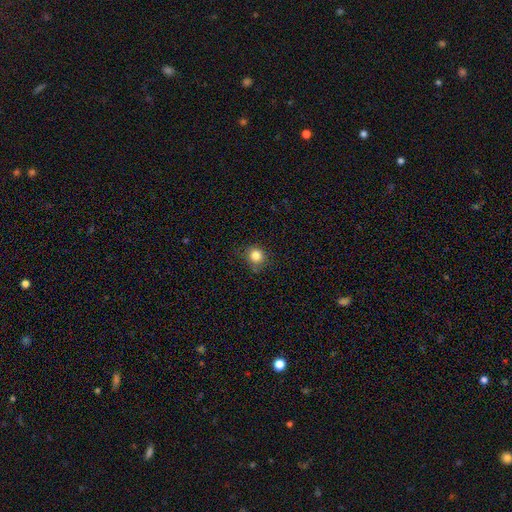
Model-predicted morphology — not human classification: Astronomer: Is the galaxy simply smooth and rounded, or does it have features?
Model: smooth — 83%.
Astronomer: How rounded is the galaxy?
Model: round — 88%.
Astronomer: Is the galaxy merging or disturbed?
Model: none — 82%.